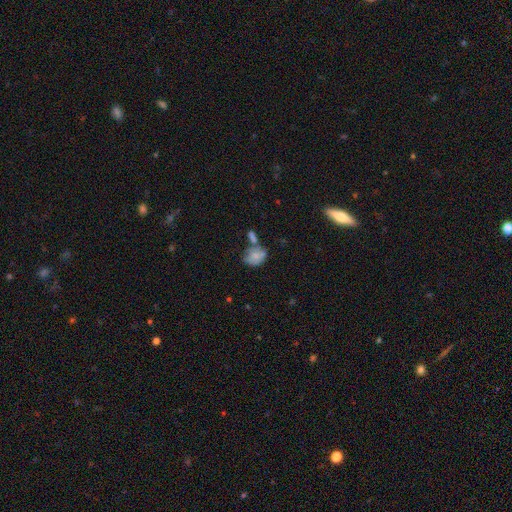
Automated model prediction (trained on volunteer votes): A smooth galaxy with no disk features (62%) that is in between round and cigar-shaped (65%). Merging: merger (34%).